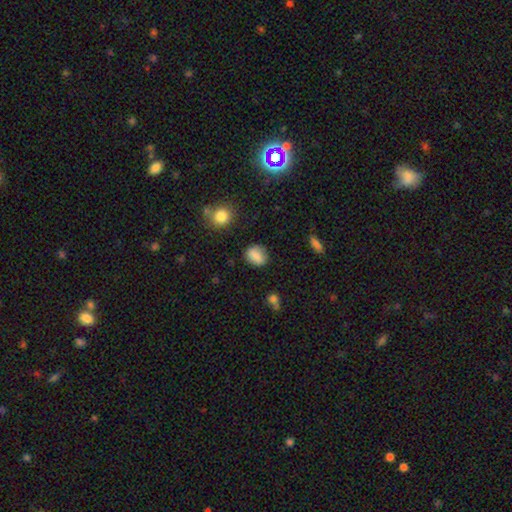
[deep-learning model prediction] Smooth or featured? Predicted: smooth (p=0.81). How rounded? Predicted: in between (p=0.58). Merging? Predicted: none (p=0.78).